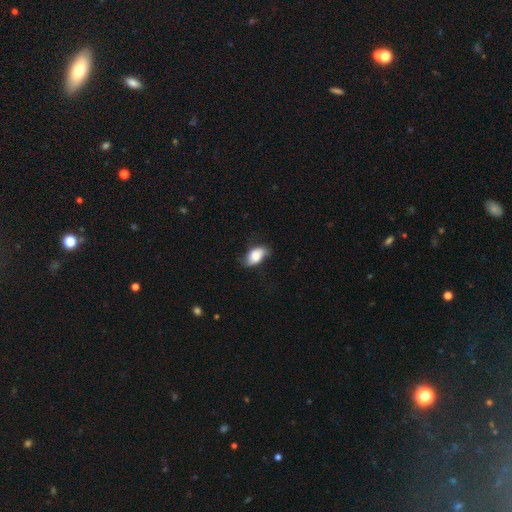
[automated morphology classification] Smooth or featured? smooth (70%)
How rounded? in between (89%)
Merging? none (64%)